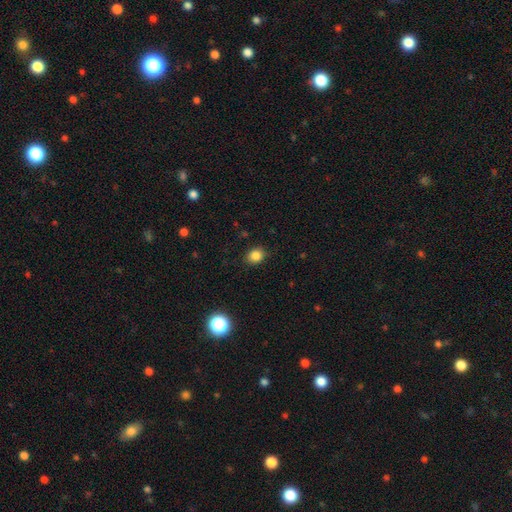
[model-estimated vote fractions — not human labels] A smooth galaxy with no disk features (84%) that is round (65%).

Vote fractions:
- Smooth or featured? smooth: 84% / star or artifact: 11% / featured or disk: 5%
- How rounded? round: 65% / in between: 34% / cigar-shaped: 1%
- Merging? none: 87% / minor disturbance: 10% / major disturbance: 3% / merger: 1%